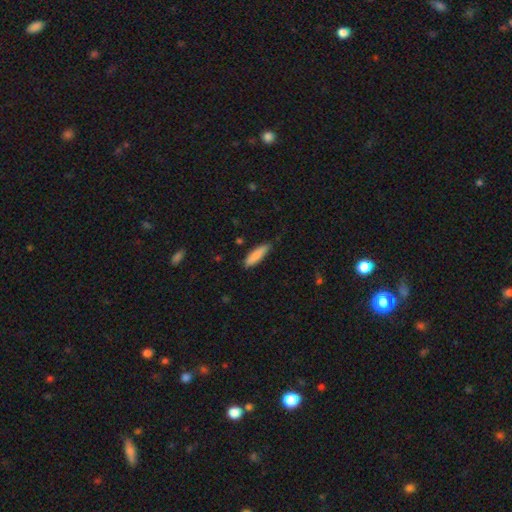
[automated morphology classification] smooth_or_featured: smooth (p=0.86) [alt: featured or disk p=0.08]
how_rounded: cigar-shaped (p=0.63) [alt: in between p=0.36]
merging: none (p=0.80) [alt: minor disturbance p=0.16]